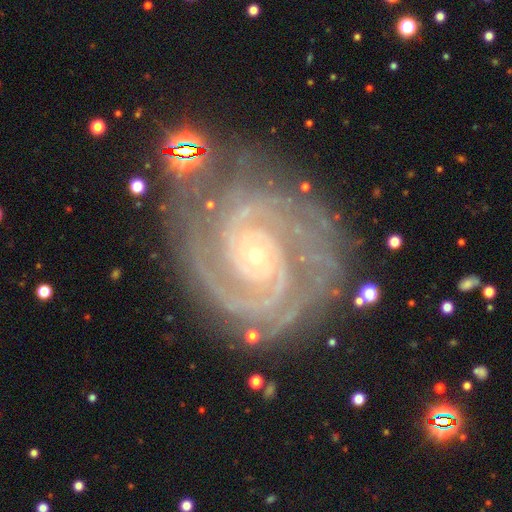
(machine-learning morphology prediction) A featured or disk galaxy (92%) with no bar (74%), 2 (51%) tight (77%) spiral arms (99%) and a small central bulge (83%).

Vote fractions:
- Smooth or featured? featured or disk: 92% / star or artifact: 6% / smooth: 3%
- Edge-on disk? no: 98% / yes: 2%
- Bar? no: 74% / weak: 16% / strong: 9%
- Spiral arms? yes: 99% / no: 1%
- Spiral winding? tight: 77% / medium: 21% / loose: 2%
- Spiral arm count? 2: 51% / 3: 18% / can't tell: 9% / 4: 9% / more than 4: 7% / 1: 6%
- Bulge size? small: 83% / moderate: 13% / large: 1% / none: 1% / dominant: 1%
- Merging? none: 76% / minor disturbance: 15% / major disturbance: 6% / merger: 2%